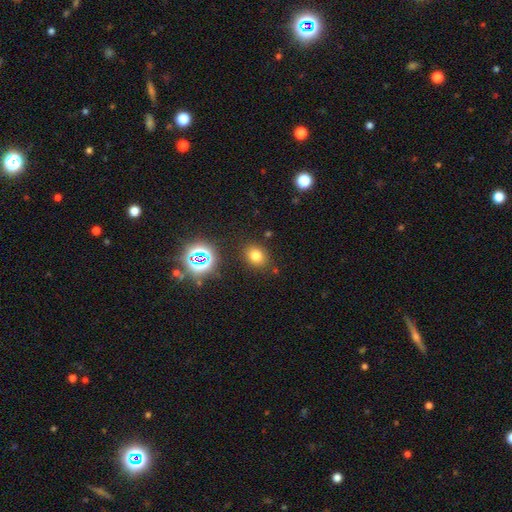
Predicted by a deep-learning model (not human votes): Smooth or featured?
  - smooth: 73% *
  - star or artifact: 19%
  - featured or disk: 8%
How rounded?
  - round: 57% *
  - in between: 42%
  - cigar-shaped: 1%
Merging?
  - none: 85% *
  - minor disturbance: 9%
  - major disturbance: 3%
  - merger: 3%